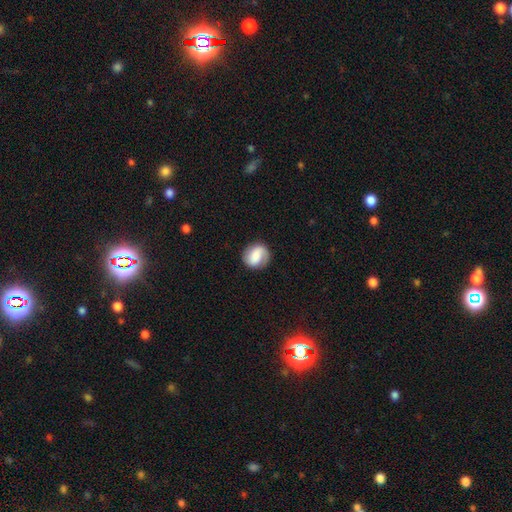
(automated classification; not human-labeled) A smooth galaxy with no disk features (52%) that is round (73%).

Vote fractions:
- Smooth or featured? smooth: 52% / featured or disk: 40% / star or artifact: 8%
- How rounded? round: 73% / in between: 26% / cigar-shaped: 1%
- Merging? none: 77% / minor disturbance: 15% / major disturbance: 6% / merger: 1%